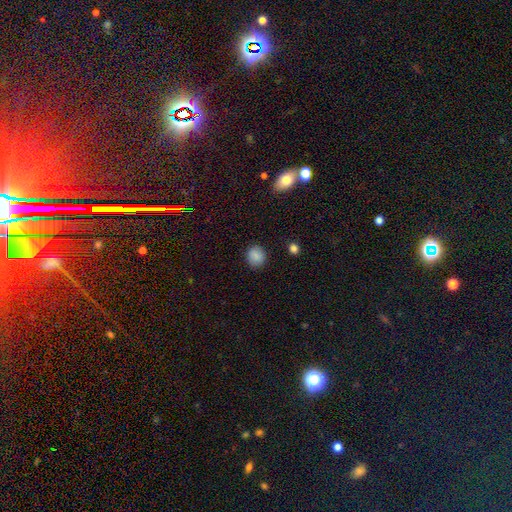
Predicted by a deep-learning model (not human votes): This is clearly a smooth galaxy (86%). How rounded: likely round (74%). Merging: clearly none (87%).